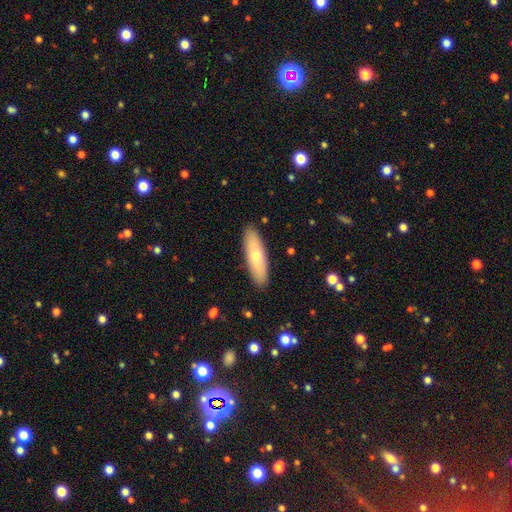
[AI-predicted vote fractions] Overall: smooth (62%; featured or disk 32%). How rounded: cigar-shaped (58%; in between 40%). Merging: none (89%).